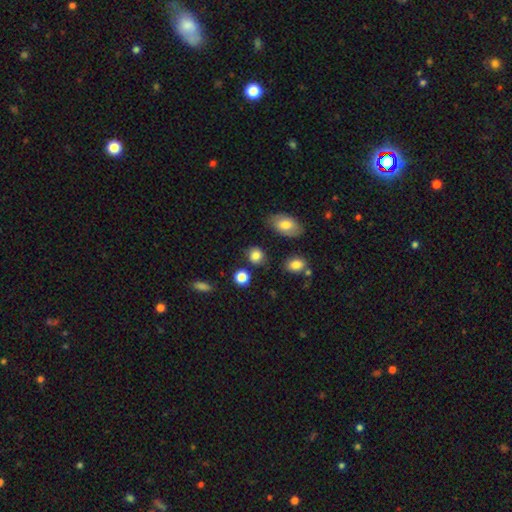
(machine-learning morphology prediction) type=smooth (84%); roundness=round (80%); merging=none (81%).